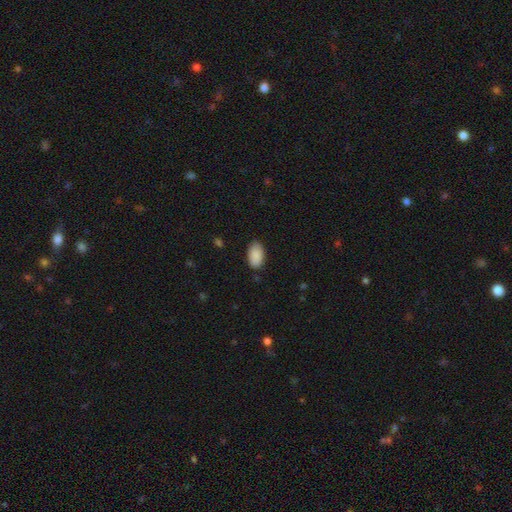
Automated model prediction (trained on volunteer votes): smooth 90%, star or artifact 6%, featured or disk 4%. Down the decision tree: how rounded — in between (94%); merging — none (83%).